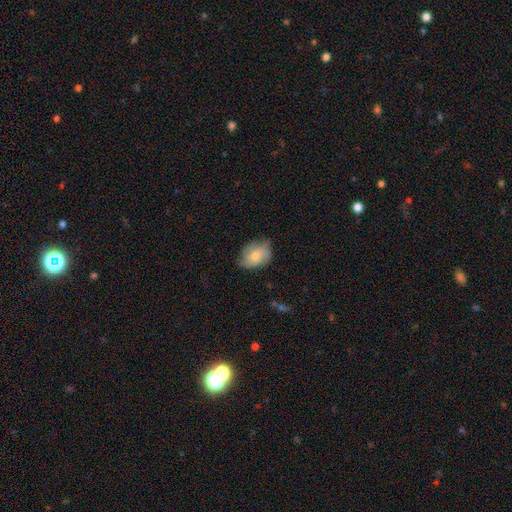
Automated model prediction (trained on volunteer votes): smooth-or-featured: smooth: 60% | featured or disk: 32% | star or artifact: 7%
  how-rounded: in between: 68% | round: 30% | cigar-shaped: 1%
  merging: none: 58% | minor disturbance: 32% | major disturbance: 8% | merger: 2%